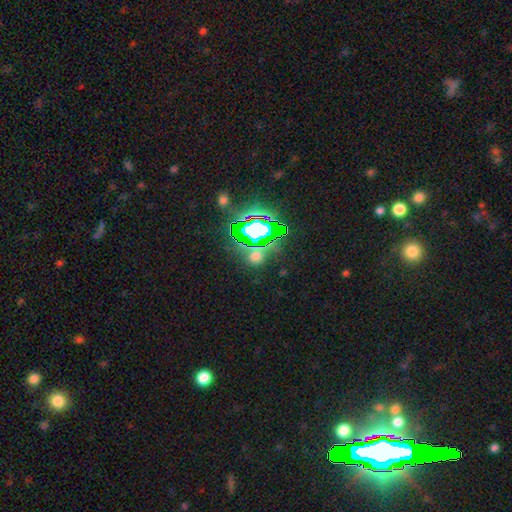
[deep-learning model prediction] Smooth or featured? Predicted: star or artifact (p=0.55).